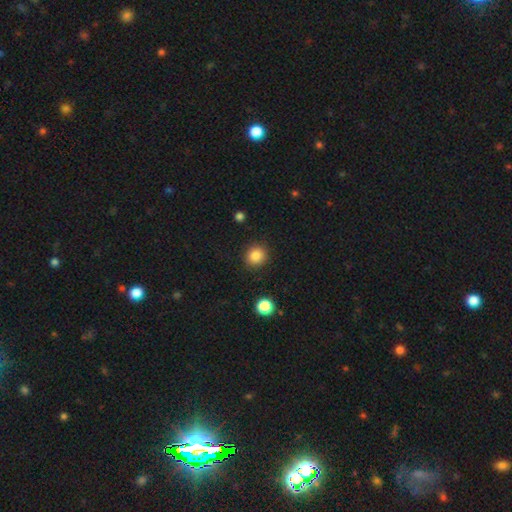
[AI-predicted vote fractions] Morphology: type=smooth (85%); roundness=round (89%); merging=none (90%).